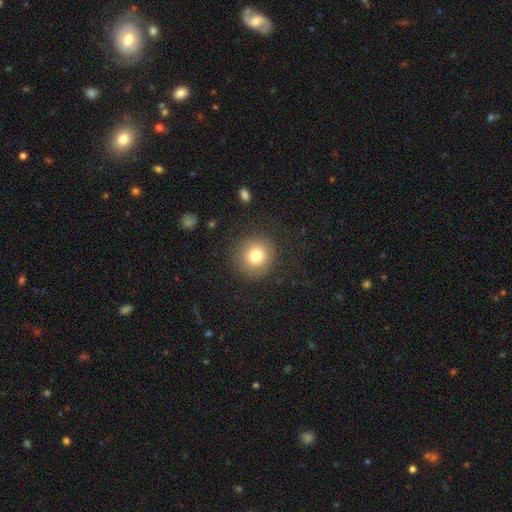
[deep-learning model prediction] Overall: smooth (77%). How rounded: round (94%). Merging: none (87%).